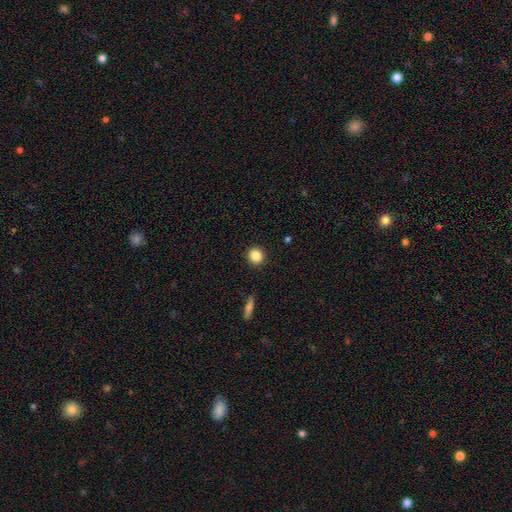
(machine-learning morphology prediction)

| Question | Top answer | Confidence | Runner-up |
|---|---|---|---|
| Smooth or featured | smooth | 86% | star or artifact (10%) |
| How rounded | round | 91% | in between (7%) |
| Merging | none | 91% | minor disturbance (6%) |